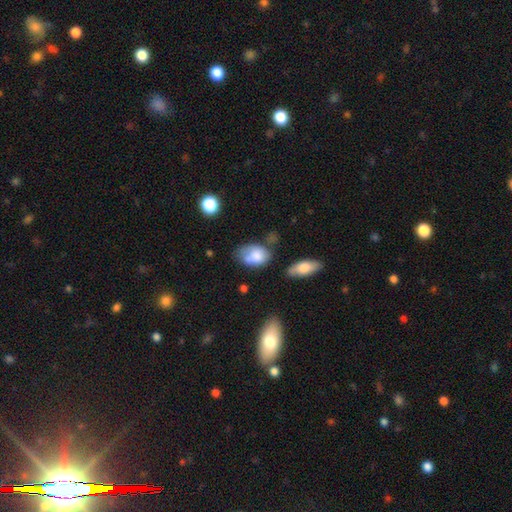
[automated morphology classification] smooth 74%, featured or disk 18%, star or artifact 8%. Down the decision tree: how rounded — in between (84%); merging — none (39%).